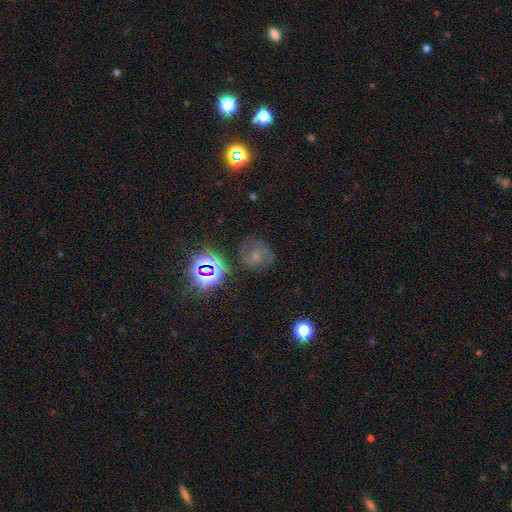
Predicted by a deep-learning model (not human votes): A featured or disk galaxy (48%). Merging: none (68%).